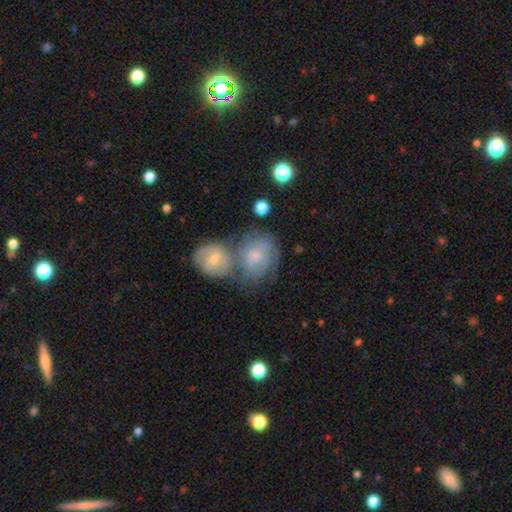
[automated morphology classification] This appears to be a featured or disk galaxy (64%) with no bar (64%), tight (55%) spiral arms (88%) and a small central bulge (60%). Merging: merger (48%).